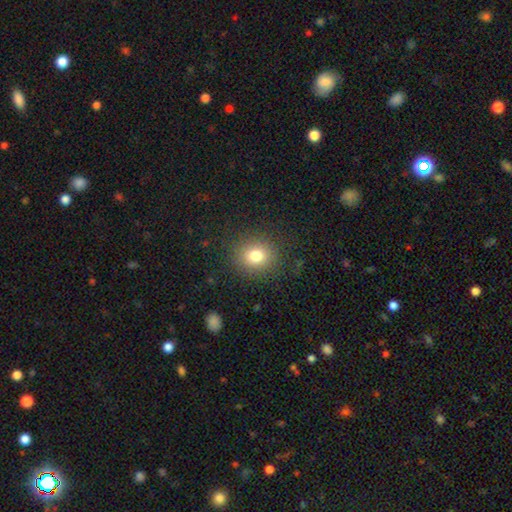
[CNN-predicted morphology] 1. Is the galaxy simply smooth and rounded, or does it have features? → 79% smooth, 13% star or artifact, 8% featured or disk.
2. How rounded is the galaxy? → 81% round, 18% in between, 1% cigar-shaped.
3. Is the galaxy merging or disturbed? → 88% none, 8% minor disturbance, 4% major disturbance, 1% merger.